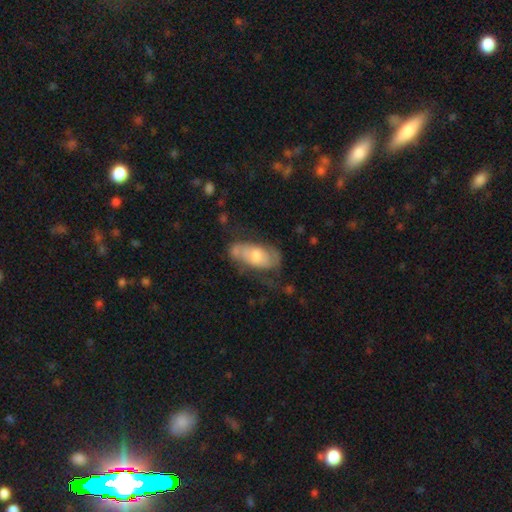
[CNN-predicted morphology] A featured or disk galaxy (59%) with no bar (71%), spiral arms (71%) and a moderate central bulge (60%).

Vote fractions:
- Smooth or featured? featured or disk: 59% / smooth: 35% / star or artifact: 6%
- Edge-on disk? no: 91% / yes: 9%
- Bar? no: 71% / weak: 24% / strong: 4%
- Spiral arms? yes: 71% / no: 29%
- Bulge size? moderate: 60% / small: 22% / large: 13% / none: 3% / dominant: 1%
- Merging? none: 47% / minor disturbance: 29% / major disturbance: 19% / merger: 6%